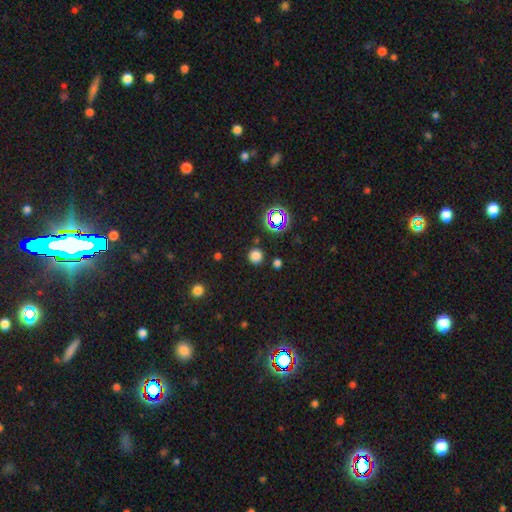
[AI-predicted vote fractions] This appears to be a smooth galaxy with no disk features (74%) that is round (95%). Merging: none (88%).